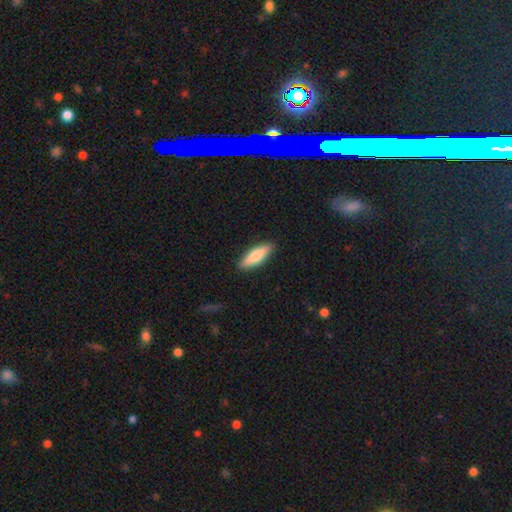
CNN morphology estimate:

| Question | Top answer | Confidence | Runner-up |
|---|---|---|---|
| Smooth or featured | smooth | 72% | featured or disk (22%) |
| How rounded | cigar-shaped | 57% | in between (41%) |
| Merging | none | 90% | minor disturbance (8%) |